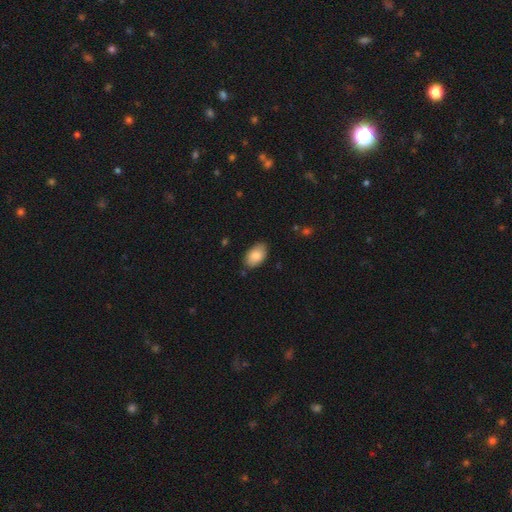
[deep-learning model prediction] The model was most divided on "merging": none: 82%, minor disturbance: 14%, major disturbance: 2%, merger: 1%. More confident: how rounded — in between (93%); smooth or featured — smooth (84%).